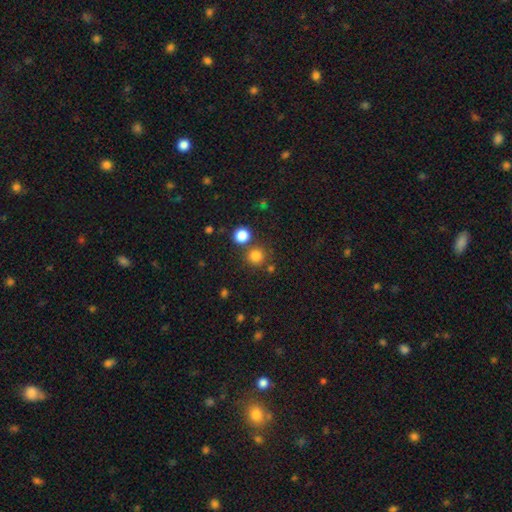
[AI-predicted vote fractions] Q: Smooth or featured?
A: smooth (80%); runner-up: star or artifact (15%)
Q: How rounded?
A: round (93%); runner-up: in between (6%)
Q: Merging?
A: none (77%); runner-up: merger (13%)